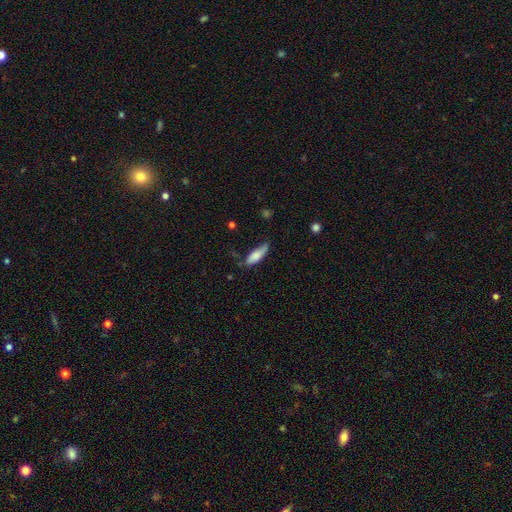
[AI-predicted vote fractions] Smooth or featured: smooth — 76% (featured or disk — 17%)
How rounded: in between — 56% (cigar-shaped — 42%)
Merging: none — 49% (minor disturbance — 37%)